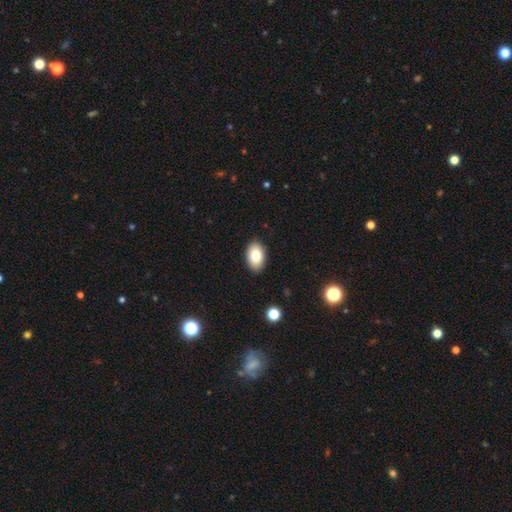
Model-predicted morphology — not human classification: Smooth or featured? Predicted: smooth (p=0.84). How rounded? Predicted: in between (p=0.91). Merging? Predicted: none (p=0.88).